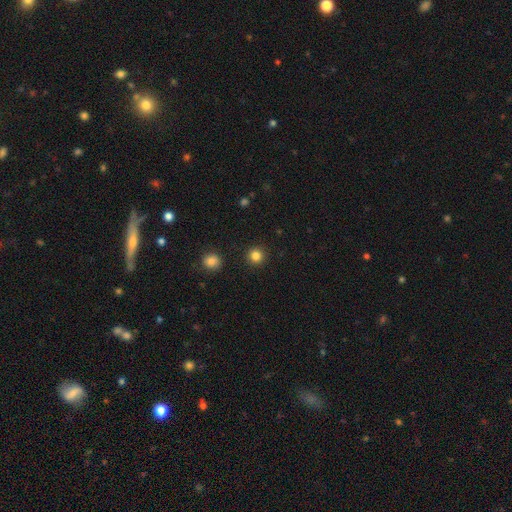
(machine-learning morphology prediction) smooth-or-featured: smooth: 84% | star or artifact: 12% | featured or disk: 4%
  how-rounded: round: 95% | in between: 4% | cigar-shaped: 1%
  merging: none: 93% | minor disturbance: 4% | major disturbance: 2% | merger: 1%